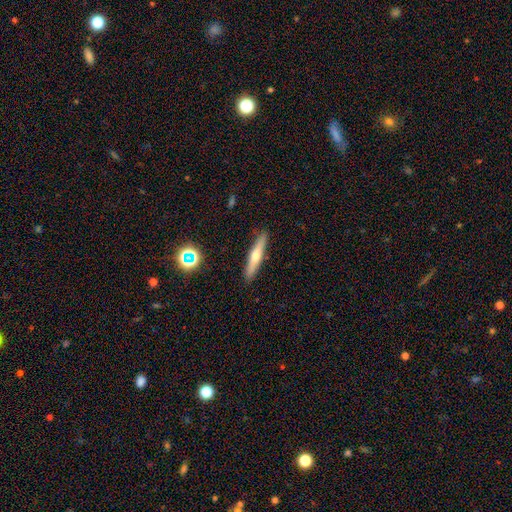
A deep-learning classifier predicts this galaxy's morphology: Smooth or featured: featured or disk — 49% (smooth — 44%)
Merging: none — 90% (minor disturbance — 7%)